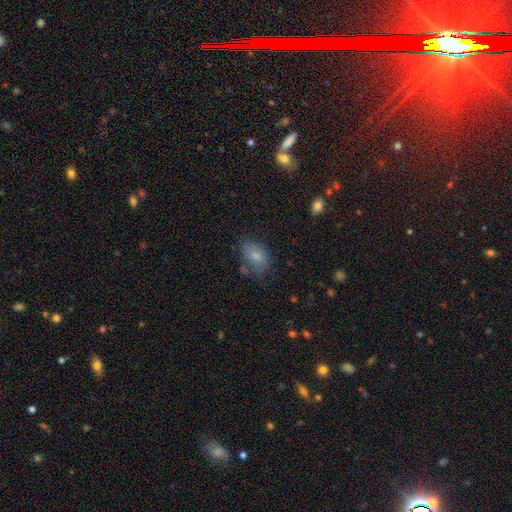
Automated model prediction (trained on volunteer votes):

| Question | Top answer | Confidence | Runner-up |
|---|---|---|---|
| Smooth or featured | smooth | 76% | featured or disk (14%) |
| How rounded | in between | 86% | round (12%) |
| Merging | none | 58% | minor disturbance (25%) |